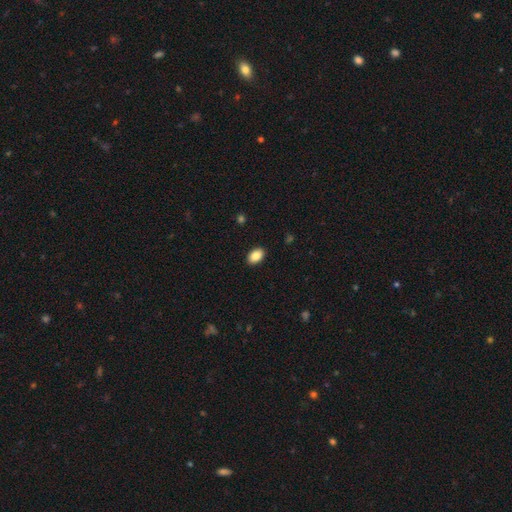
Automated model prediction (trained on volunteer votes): This appears to be a smooth galaxy with no disk features (87%) that is in between round and cigar-shaped (90%). Merging: none (90%).